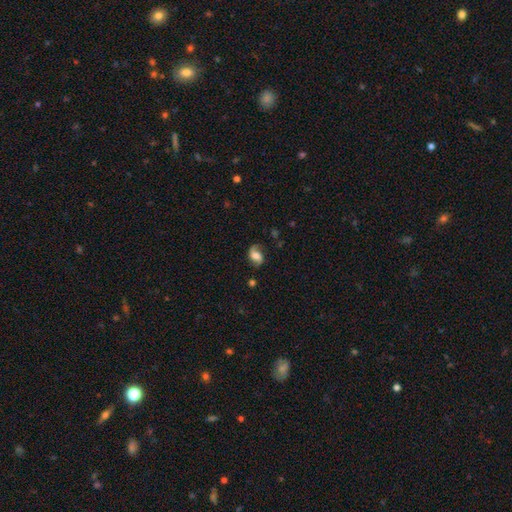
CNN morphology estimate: smooth-or-featured: featured or disk: 66% | smooth: 25% | star or artifact: 9%
  disk-edge-on: no: 97% | yes: 3%
    bar: no: 52% | weak: 36% | strong: 12%
    has-spiral-arms: yes: 93% | no: 7%
      spiral-winding: loose: 57% | medium: 33% | tight: 11%
      spiral-arm-count: 2: 87% | 1: 7% | can't tell: 4% | 3: 1% | 4: 1% | more than 4: 1%
    bulge-size: moderate: 42% | large: 31% | small: 15% | none: 8% | dominant: 5%
  merging: none: 71% | minor disturbance: 19% | major disturbance: 8% | merger: 2%